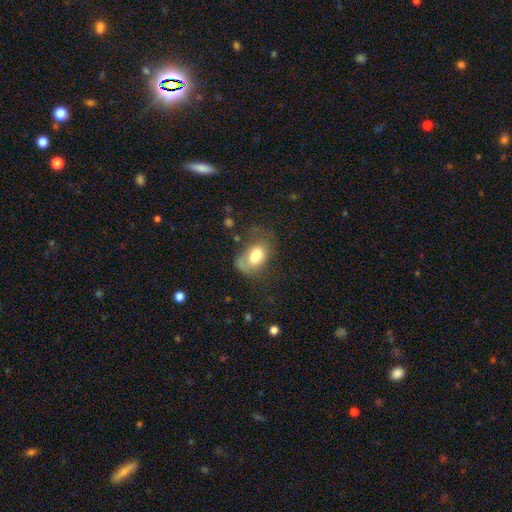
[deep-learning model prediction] The model was most divided on "merging": none: 39%, minor disturbance: 29%, major disturbance: 27%, merger: 5%. More confident: how rounded — in between (82%); smooth or featured — smooth (72%).